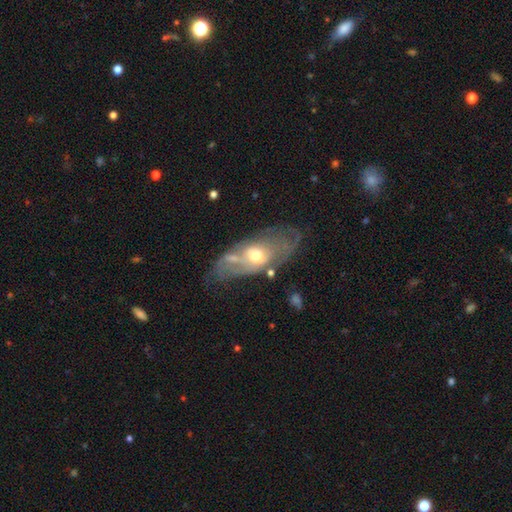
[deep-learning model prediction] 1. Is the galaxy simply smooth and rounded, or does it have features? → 69% featured or disk, 23% smooth, 9% star or artifact.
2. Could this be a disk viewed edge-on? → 81% no, 19% yes.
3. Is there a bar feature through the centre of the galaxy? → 73% no, 22% weak, 6% strong.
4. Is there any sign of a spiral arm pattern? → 57% yes, 43% no.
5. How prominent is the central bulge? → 67% moderate, 25% small, 6% large, 1% none, 1% dominant.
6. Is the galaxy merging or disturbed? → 63% none, 20% minor disturbance, 9% major disturbance, 7% merger.